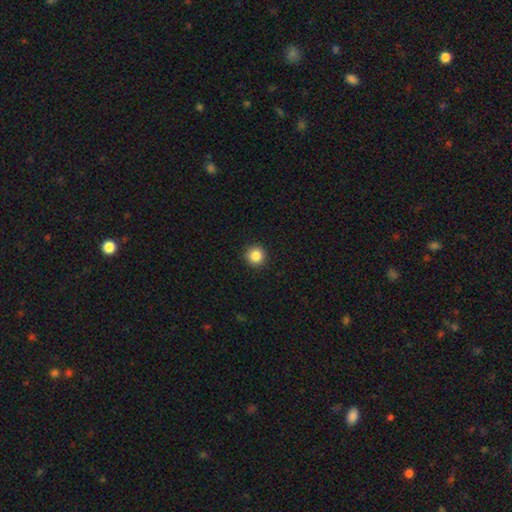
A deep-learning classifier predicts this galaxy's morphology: A smooth galaxy with no disk features (85%) that is round (95%). Merging: none (93%).